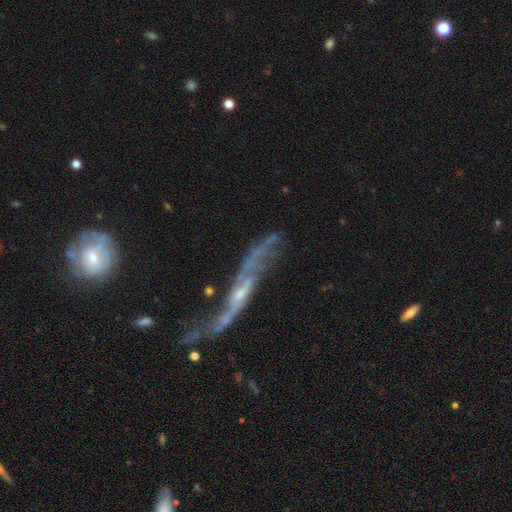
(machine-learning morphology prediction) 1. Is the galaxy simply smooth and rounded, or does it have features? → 75% featured or disk, 15% smooth, 10% star or artifact.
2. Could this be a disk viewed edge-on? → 59% no, 41% yes.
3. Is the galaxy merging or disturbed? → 39% none, 27% major disturbance, 20% minor disturbance, 15% merger.